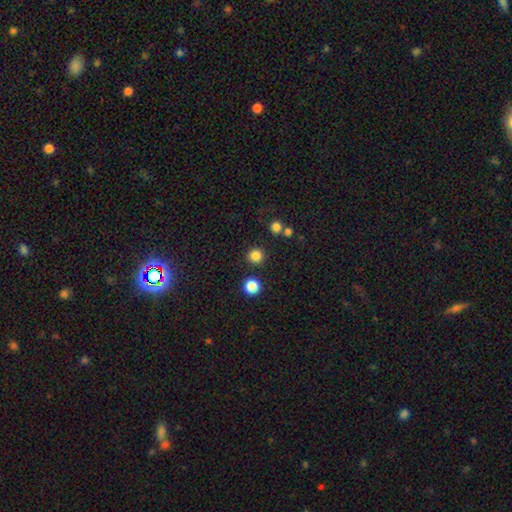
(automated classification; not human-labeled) Smooth or featured? smooth (83%)
How rounded? round (95%)
Merging? none (89%)